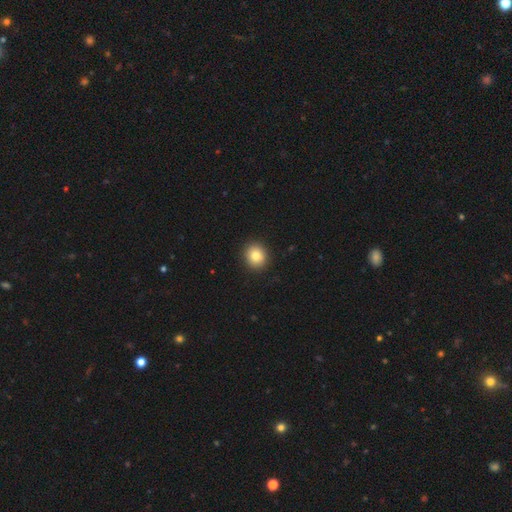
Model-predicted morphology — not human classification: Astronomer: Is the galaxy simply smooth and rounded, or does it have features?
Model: smooth — 82%.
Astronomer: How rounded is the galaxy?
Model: round — 86%.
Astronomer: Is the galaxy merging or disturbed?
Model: none — 92%.